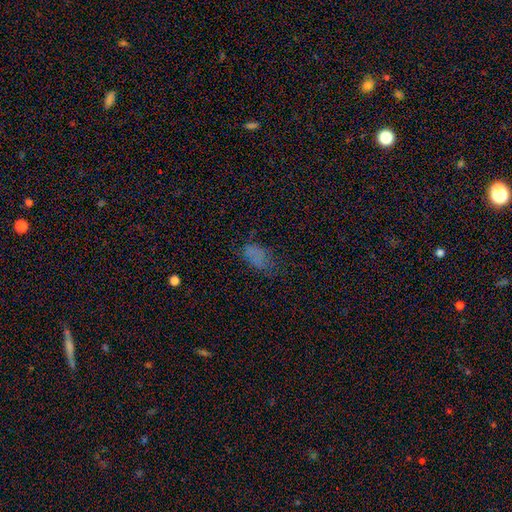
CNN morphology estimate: Q: Smooth or featured?
A: smooth (65%); runner-up: star or artifact (19%)
Q: How rounded?
A: in between (90%); runner-up: round (6%)
Q: Merging?
A: none (49%); runner-up: minor disturbance (27%)